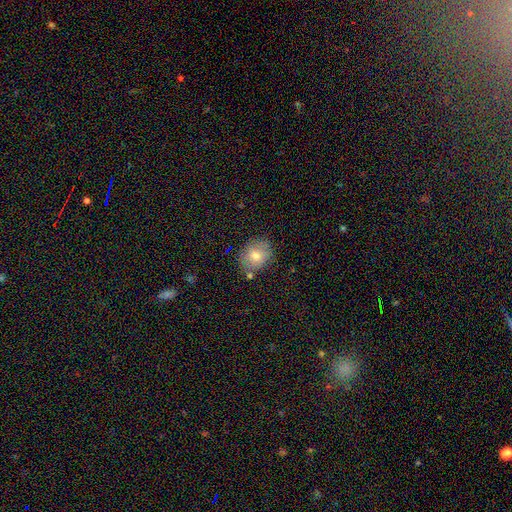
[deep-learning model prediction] smooth_or_featured: smooth (p=0.73) [alt: featured or disk p=0.18]
how_rounded: round (p=0.53) [alt: in between p=0.46]
merging: none (p=0.77) [alt: minor disturbance p=0.15]